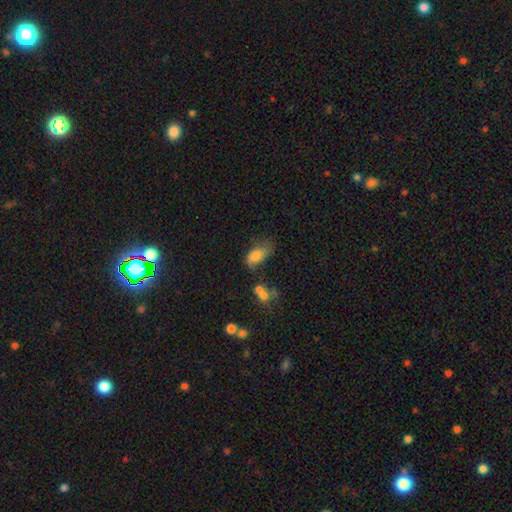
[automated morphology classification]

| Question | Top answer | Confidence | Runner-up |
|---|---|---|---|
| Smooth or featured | smooth | 80% | featured or disk (11%) |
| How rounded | in between | 89% | round (5%) |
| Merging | none | 37% | minor disturbance (33%) |